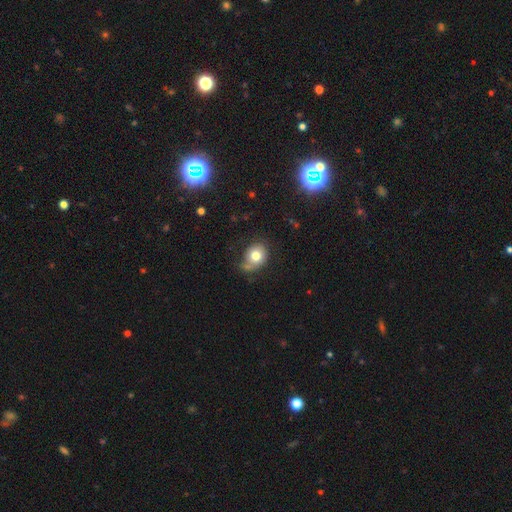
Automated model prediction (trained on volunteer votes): A smooth galaxy with no disk features (73%) that is round (60%). Merging: none (56%).